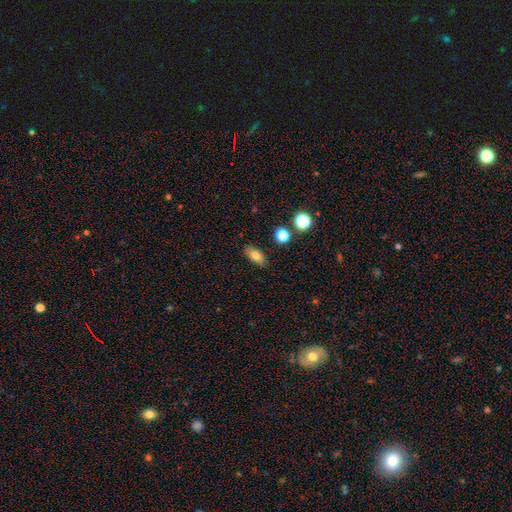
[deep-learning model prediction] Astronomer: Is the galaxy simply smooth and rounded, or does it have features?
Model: smooth — 77%.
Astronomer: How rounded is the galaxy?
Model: in between — 84%.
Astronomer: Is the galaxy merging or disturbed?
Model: none — 85%.